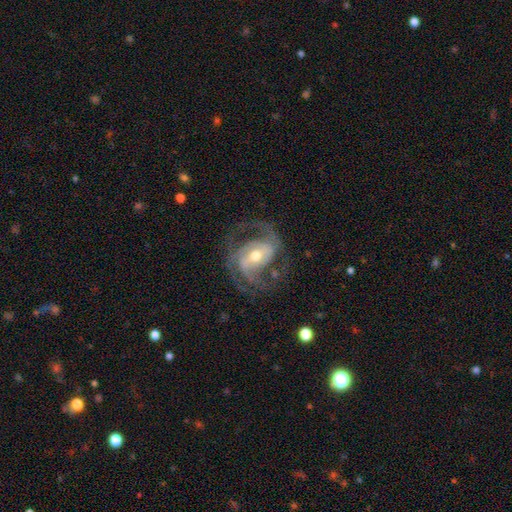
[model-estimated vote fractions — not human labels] Morphology: type=featured or disk (90%); edge-on=no (97%); bar=weak (41%); spiral arms=yes (96%); winding=medium (56%); arm count=2 (67%); bulge=moderate (62%); merging=none (69%).